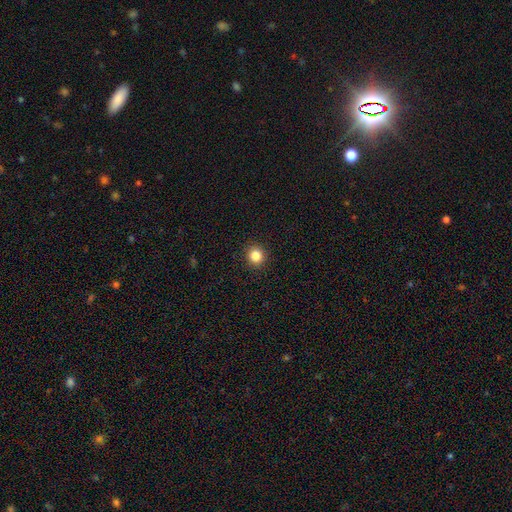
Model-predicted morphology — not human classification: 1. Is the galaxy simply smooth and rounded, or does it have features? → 84% smooth, 12% star or artifact, 4% featured or disk.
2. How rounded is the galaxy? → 91% round, 8% in between, 1% cigar-shaped.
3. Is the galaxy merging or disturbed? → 92% none, 5% minor disturbance, 2% major disturbance, 1% merger.